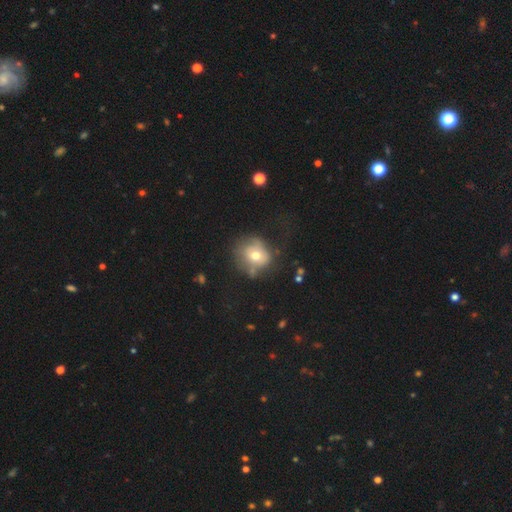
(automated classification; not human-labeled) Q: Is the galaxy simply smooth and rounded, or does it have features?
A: smooth — 63%.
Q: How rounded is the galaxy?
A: round — 76%.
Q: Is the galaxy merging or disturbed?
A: none — 51%.